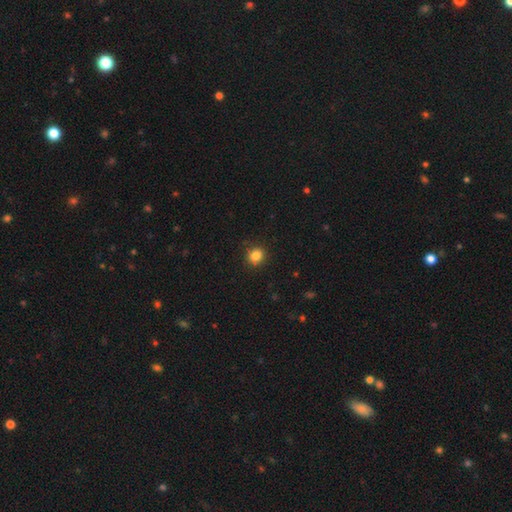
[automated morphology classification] Overall: smooth (84%). How rounded: round (88%). Merging: none (88%).